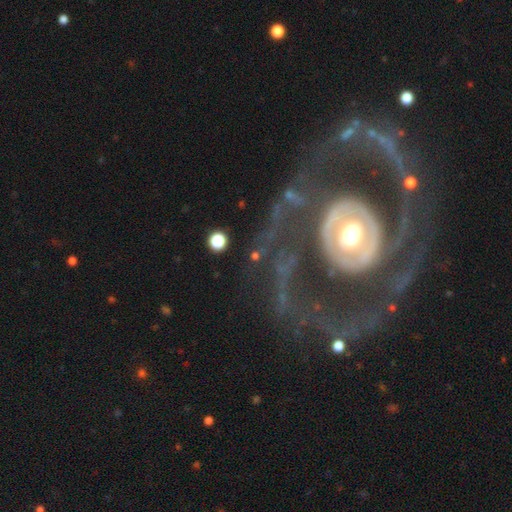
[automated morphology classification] Smooth or featured? featured or disk (44%)
Merging? none (64%)